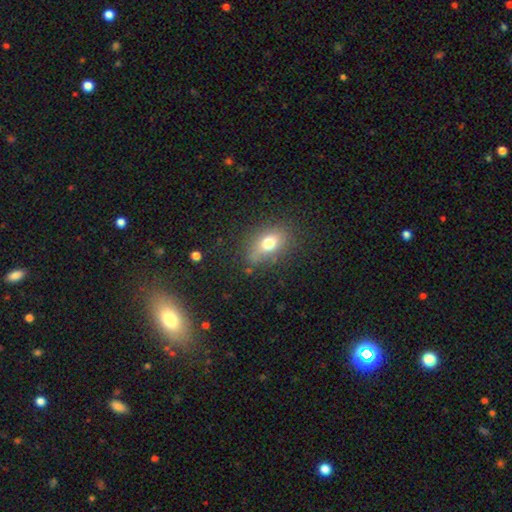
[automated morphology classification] This is likely a smooth galaxy (70%). How rounded: likely in between (78%). Merging: likely none (73%).